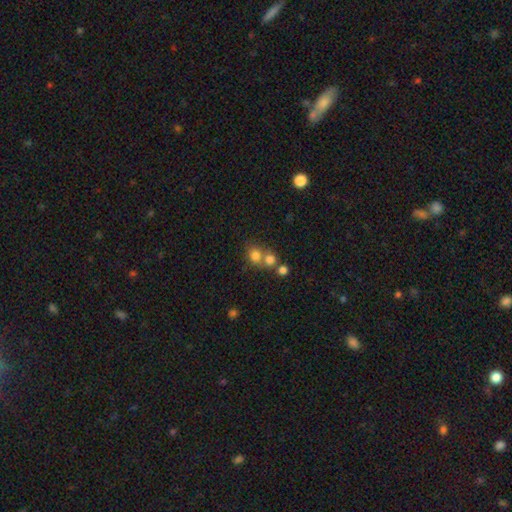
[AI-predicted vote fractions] Overall: smooth (76%). How rounded: round (76%). Merging: merger (45%; none 43%).